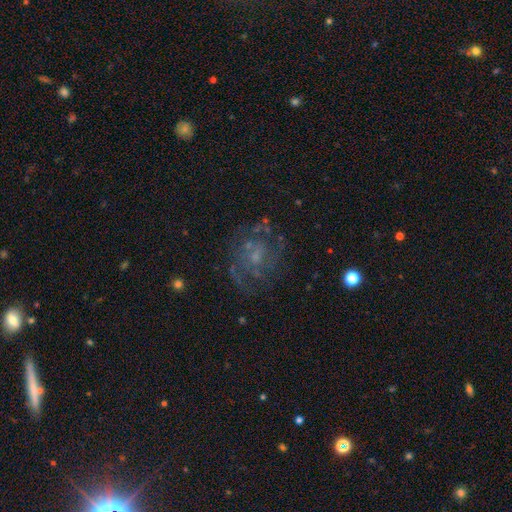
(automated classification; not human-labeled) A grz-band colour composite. It shows a featured or disk galaxy (71%) with no bar (67%), medium (45%) spiral arms (76%) and a small central bulge (50%). Merging: none (65%).